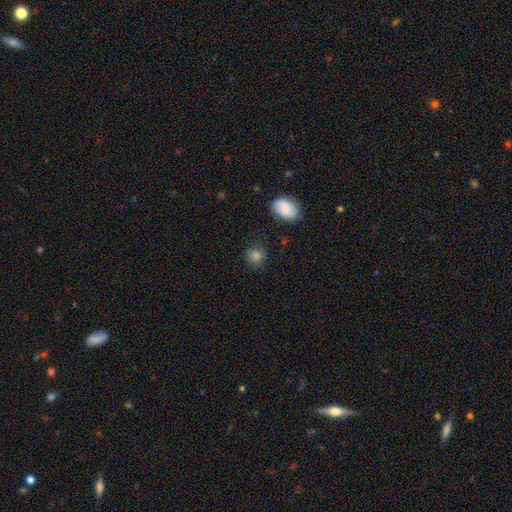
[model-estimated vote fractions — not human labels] Smooth or featured?
  - smooth: 81% *
  - star or artifact: 11%
  - featured or disk: 7%
How rounded?
  - round: 81% *
  - in between: 18%
  - cigar-shaped: 1%
Merging?
  - none: 80% *
  - minor disturbance: 14%
  - major disturbance: 4%
  - merger: 2%